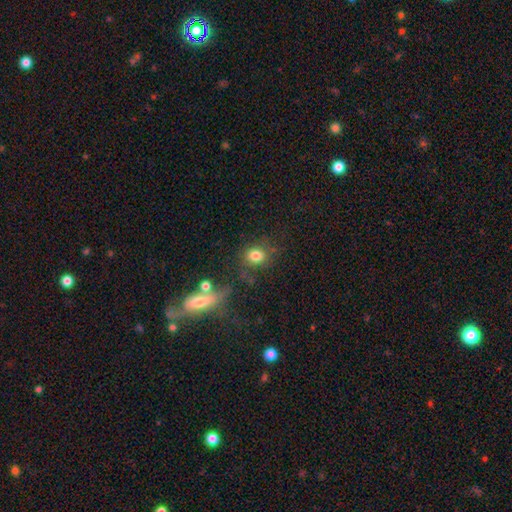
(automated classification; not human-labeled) Smooth or featured? smooth (80%)
How rounded? round (65%)
Merging? none (65%)